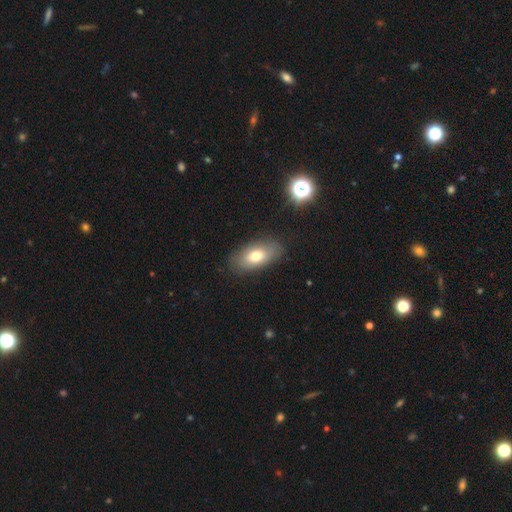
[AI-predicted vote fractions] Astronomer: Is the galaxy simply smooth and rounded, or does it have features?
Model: smooth — 71%.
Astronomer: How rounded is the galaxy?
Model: in between — 89%.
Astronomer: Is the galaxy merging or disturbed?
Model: none — 83%.